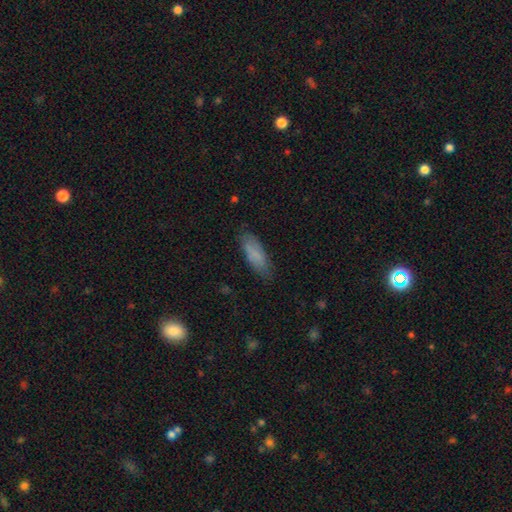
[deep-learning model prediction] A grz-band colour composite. It shows a smooth galaxy with no disk features (80%) that is in between round and cigar-shaped (65%). Merging: none (77%).